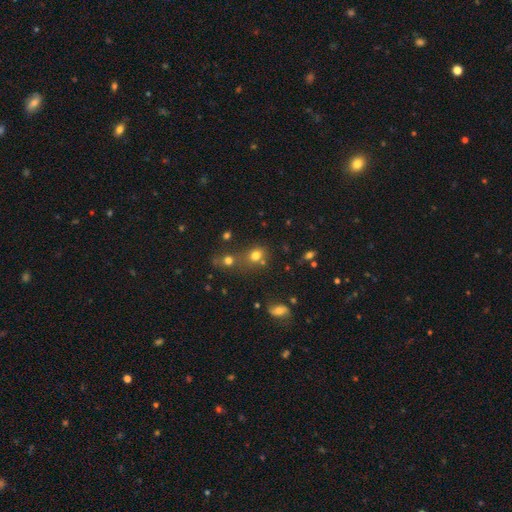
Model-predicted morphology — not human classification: Q: Smooth or featured?
A: smooth (71%); runner-up: star or artifact (19%)
Q: How rounded?
A: round (72%); runner-up: in between (27%)
Q: Merging?
A: none (55%); runner-up: merger (27%)